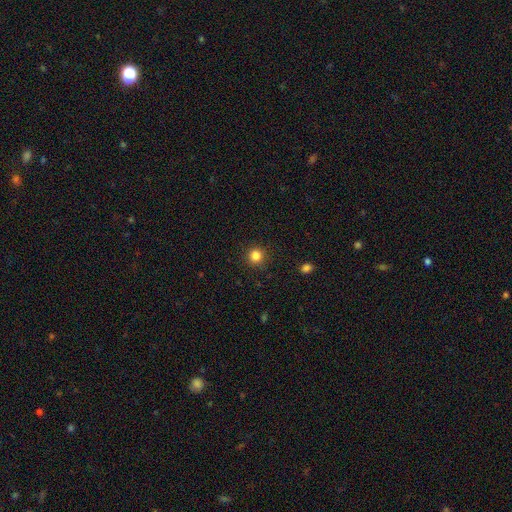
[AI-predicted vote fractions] Smooth or featured? Predicted: smooth (p=0.84). How rounded? Predicted: round (p=0.93). Merging? Predicted: none (p=0.90).